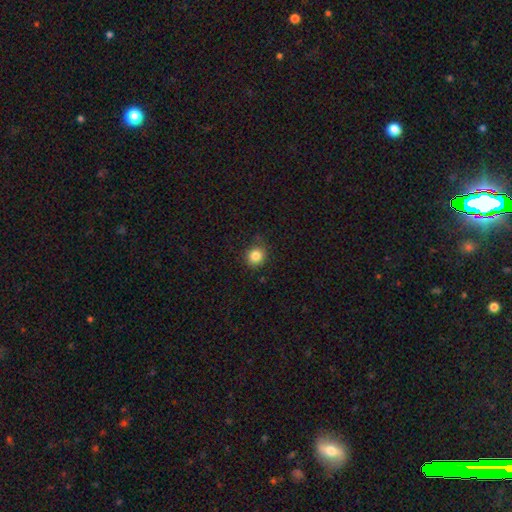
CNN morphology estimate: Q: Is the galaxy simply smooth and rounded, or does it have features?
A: smooth — 84%.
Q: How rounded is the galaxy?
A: round — 87%.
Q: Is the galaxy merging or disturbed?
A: none — 83%.